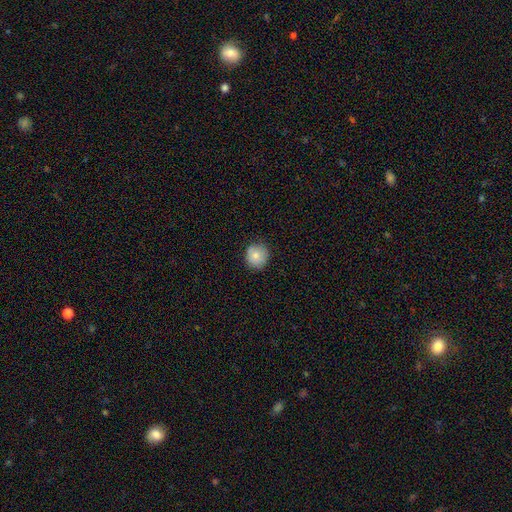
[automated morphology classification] This appears to be a smooth galaxy with no disk features (79%) that is round (89%). Merging: none (84%).